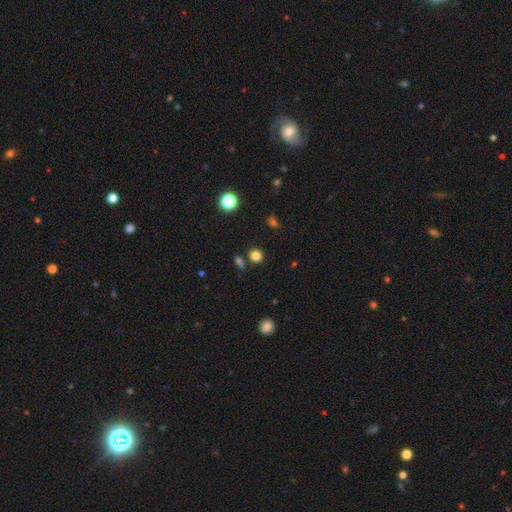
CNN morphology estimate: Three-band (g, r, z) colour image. It shows a smooth galaxy with no disk features (81%) that is round (86%). Merging: none (82%).